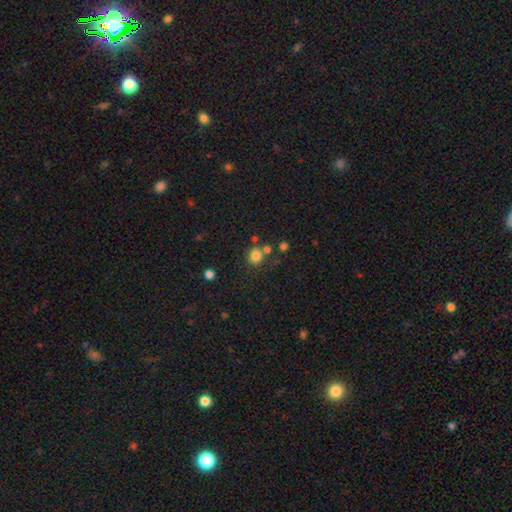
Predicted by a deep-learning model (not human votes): Overall: smooth (81%). How rounded: round (87%). Merging: none (69%).